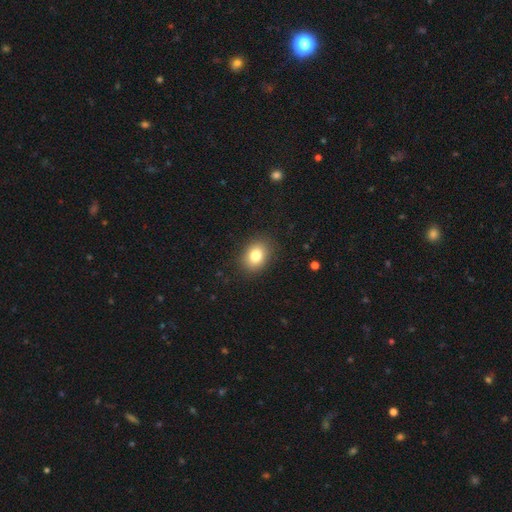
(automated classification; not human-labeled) Smooth or featured?
  - smooth: 81% *
  - star or artifact: 10%
  - featured or disk: 9%
How rounded?
  - in between: 59% *
  - round: 40%
  - cigar-shaped: 1%
Merging?
  - none: 88% *
  - minor disturbance: 8%
  - major disturbance: 3%
  - merger: 1%